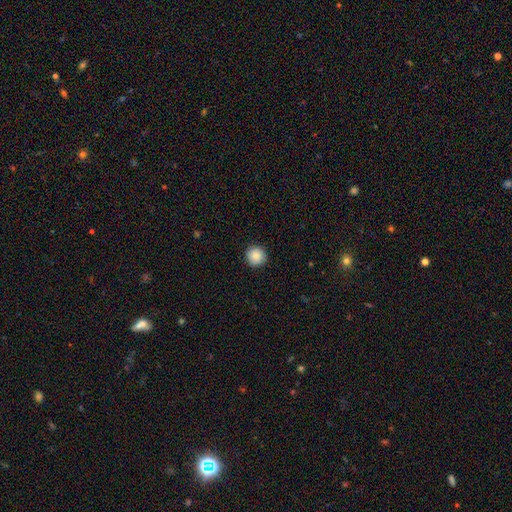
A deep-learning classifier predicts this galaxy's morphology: Smooth or featured? smooth (87%)
How rounded? round (95%)
Merging? none (91%)